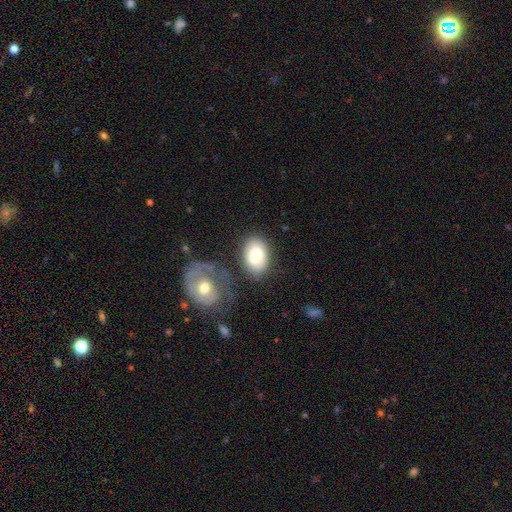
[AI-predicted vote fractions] Overall: smooth (79%). How rounded: in between (85%). Merging: none (68%).